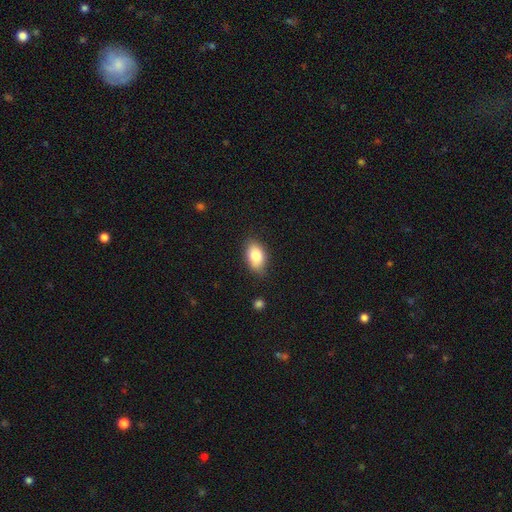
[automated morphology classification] A smooth galaxy with no disk features (82%) that is in between round and cigar-shaped (88%).

Vote fractions:
- Smooth or featured? smooth: 82% / featured or disk: 11% / star or artifact: 8%
- How rounded? in between: 88% / round: 9% / cigar-shaped: 2%
- Merging? none: 80% / minor disturbance: 16% / major disturbance: 3% / merger: 2%